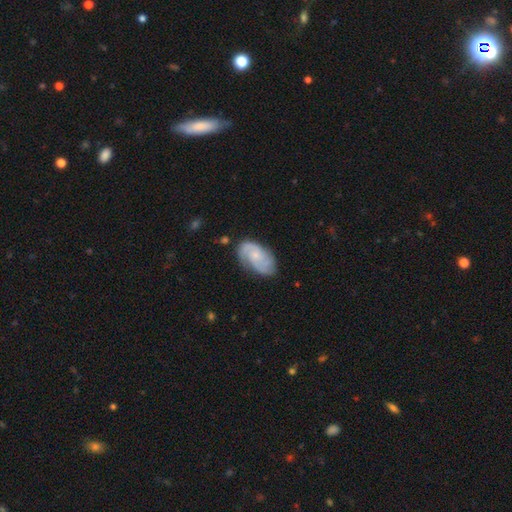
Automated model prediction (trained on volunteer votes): featured or disk 72%, smooth 22%, star or artifact 6%. Down the decision tree: edge-on disk — no (96%); bar — no (69%); spiral arms — yes (94%); spiral arm count — 2 (52%); spiral winding — medium (44%); bulge size — small (65%); merging — none (69%).